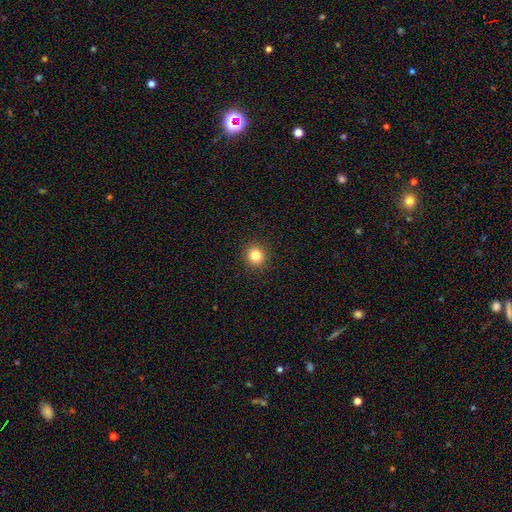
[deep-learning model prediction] Overall: smooth (83%). How rounded: round (91%). Merging: none (92%).